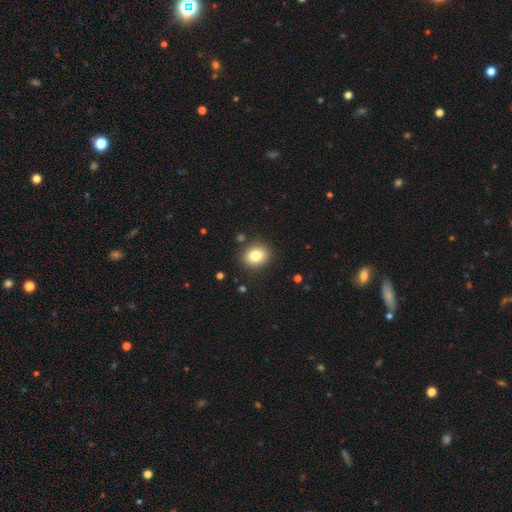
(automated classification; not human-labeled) This is clearly a smooth galaxy (81%). How rounded: likely round (62%). Merging: clearly none (87%).